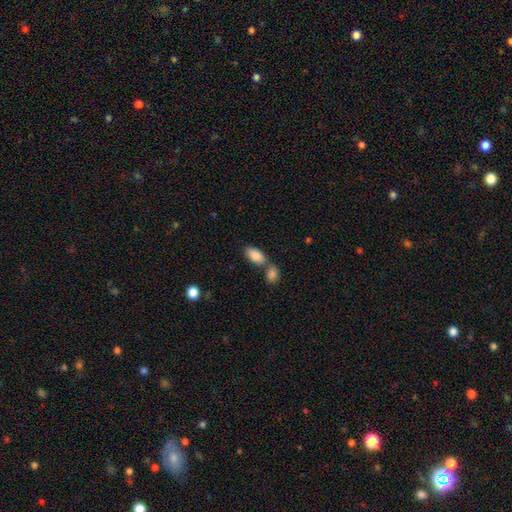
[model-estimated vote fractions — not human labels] Overall: smooth (87%). How rounded: in between (94%). Merging: none (48%; merger 38%).